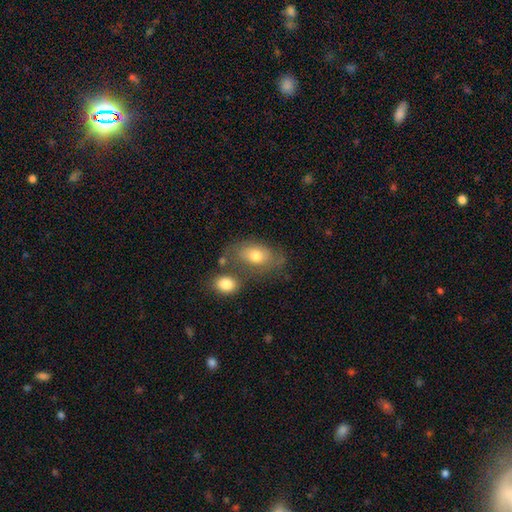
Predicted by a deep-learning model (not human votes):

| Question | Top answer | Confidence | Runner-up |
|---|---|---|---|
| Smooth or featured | smooth | 70% | featured or disk (22%) |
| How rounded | in between | 84% | round (14%) |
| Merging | none | 50% | merger (22%) |